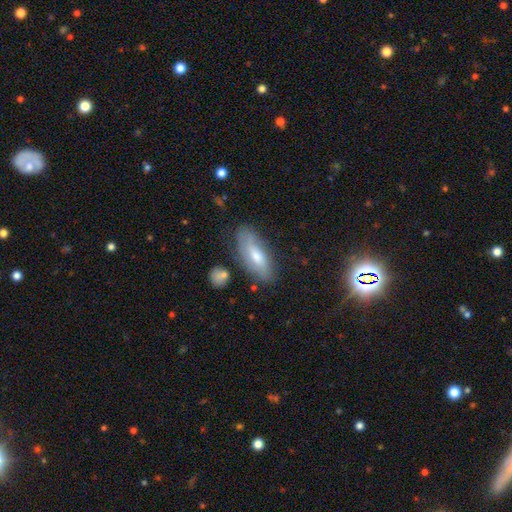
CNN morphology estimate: This appears to be a smooth galaxy with no disk features (54%) that is in between round and cigar-shaped (74%). Merging: none (73%).